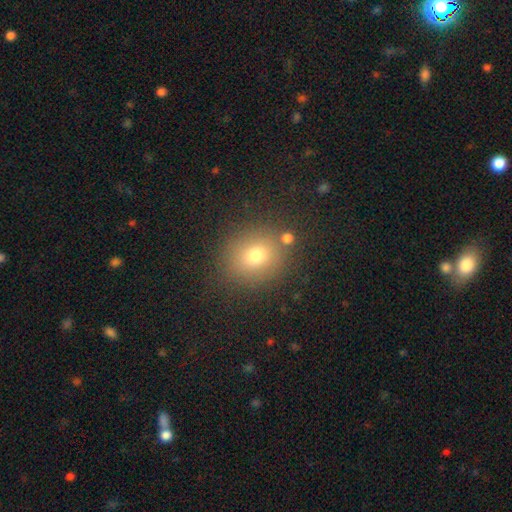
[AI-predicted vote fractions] Smooth or featured? Predicted: smooth (p=0.74). How rounded? Predicted: round (p=0.76). Merging? Predicted: none (p=0.82).